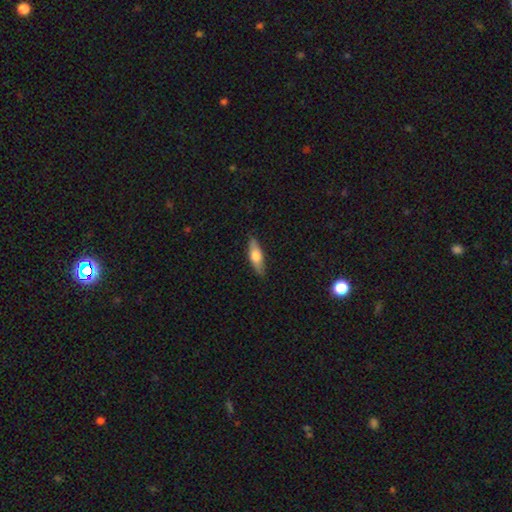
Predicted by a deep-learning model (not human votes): A smooth galaxy with no disk features (61%) that is in between round and cigar-shaped (50%). Merging: none (87%).